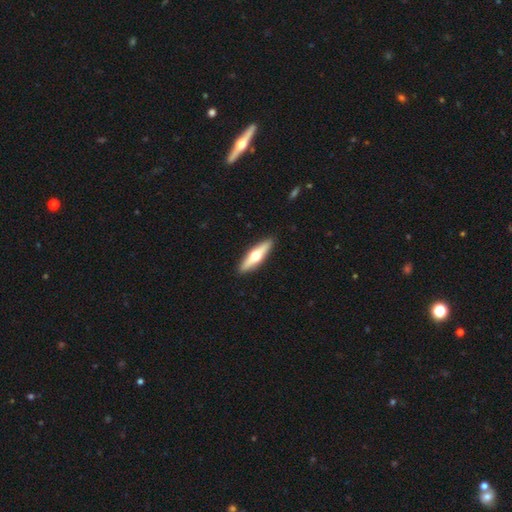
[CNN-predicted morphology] The model was most divided on "smooth or featured": featured or disk: 53%, smooth: 42%, star or artifact: 5%. More confident: edge-on disk — yes (92%); merging — none (91%).